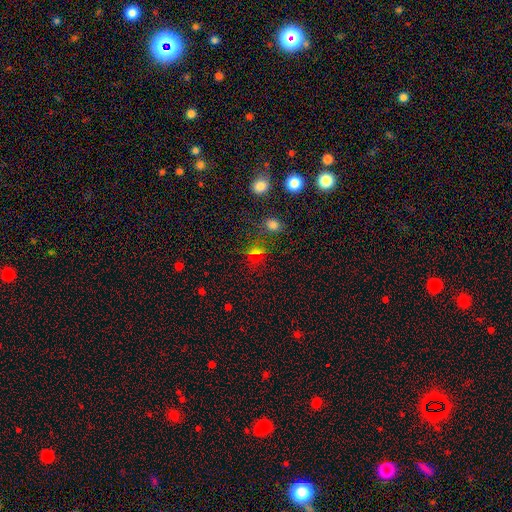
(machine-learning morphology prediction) This appears to be a smooth galaxy with no disk features (49%). Merging: none (75%).